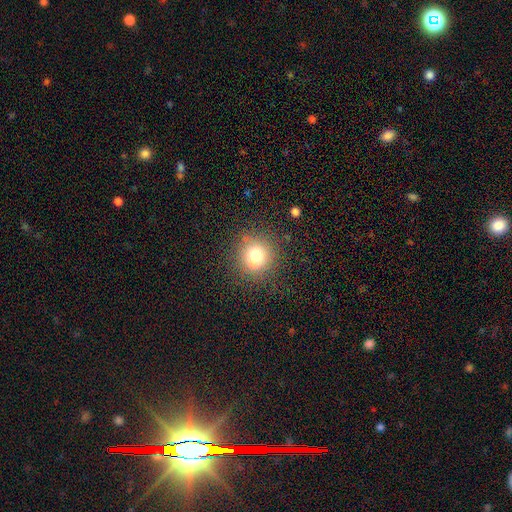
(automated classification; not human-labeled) Smooth or featured?
  - smooth: 70% *
  - featured or disk: 17%
  - star or artifact: 14%
How rounded?
  - round: 89% *
  - in between: 10%
  - cigar-shaped: 1%
Merging?
  - none: 64% *
  - merger: 19%
  - minor disturbance: 12%
  - major disturbance: 5%